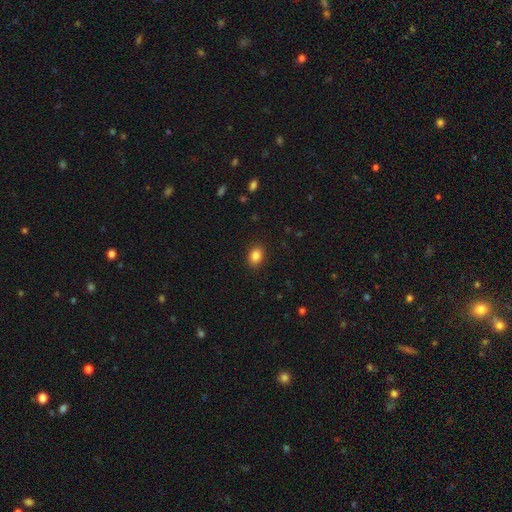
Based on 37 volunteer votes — Smooth or featured: smooth — 89% (featured or disk — 5%)
How rounded: in between — 76% (round — 24%)
Merging: none — 97% (major disturbance — 3%)